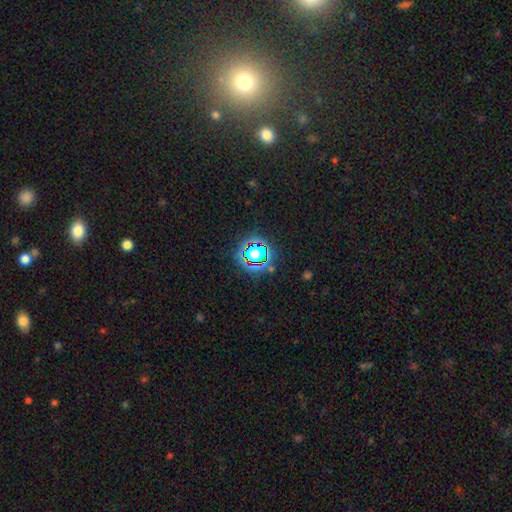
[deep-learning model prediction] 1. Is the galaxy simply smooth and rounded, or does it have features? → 60% star or artifact, 28% smooth, 12% featured or disk.